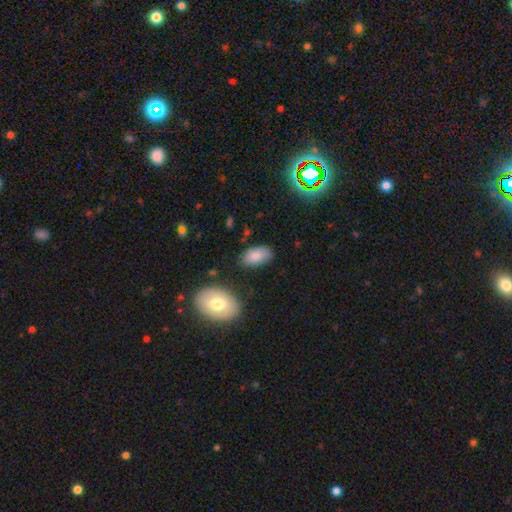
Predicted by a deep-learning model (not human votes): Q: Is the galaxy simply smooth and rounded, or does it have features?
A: smooth — 81%.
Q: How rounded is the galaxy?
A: in between — 94%.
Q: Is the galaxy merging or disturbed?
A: none — 78%.